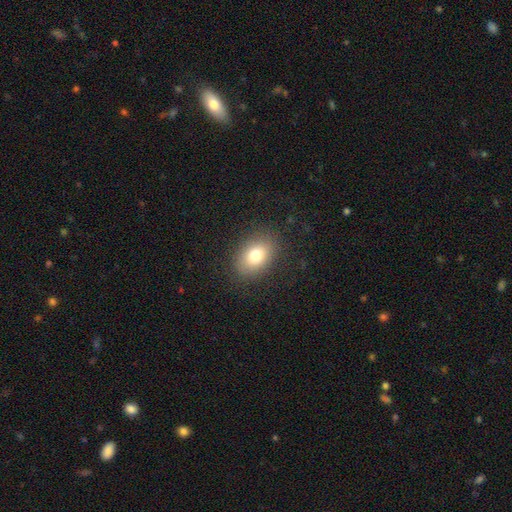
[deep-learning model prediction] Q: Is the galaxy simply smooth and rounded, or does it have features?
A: smooth — 76%.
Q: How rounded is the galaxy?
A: in between — 75%.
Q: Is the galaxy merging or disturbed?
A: none — 86%.